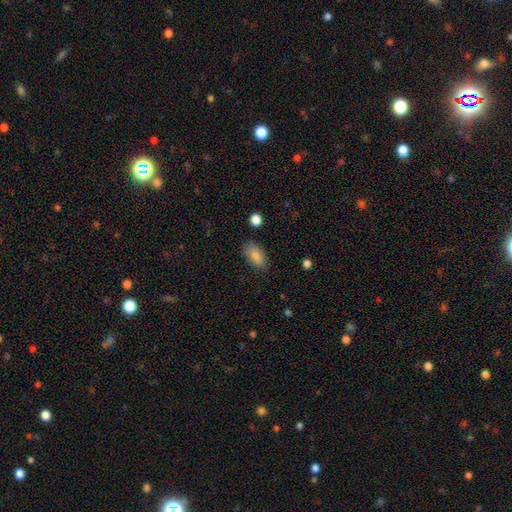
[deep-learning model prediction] A smooth galaxy with no disk features (86%) that is in between round and cigar-shaped (93%). Merging: none (80%).